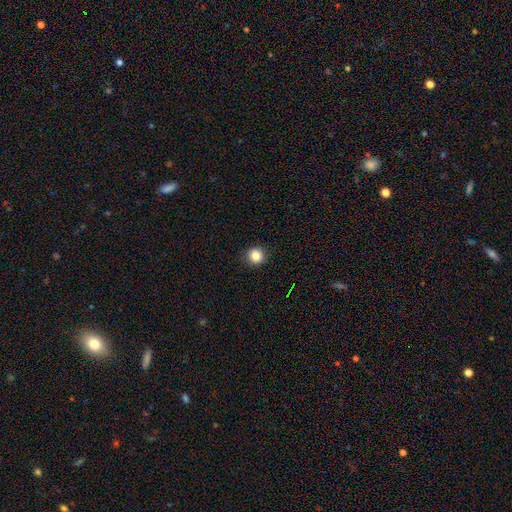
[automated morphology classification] smooth 85%, star or artifact 11%, featured or disk 4%. Down the decision tree: how rounded — round (91%); merging — none (91%).